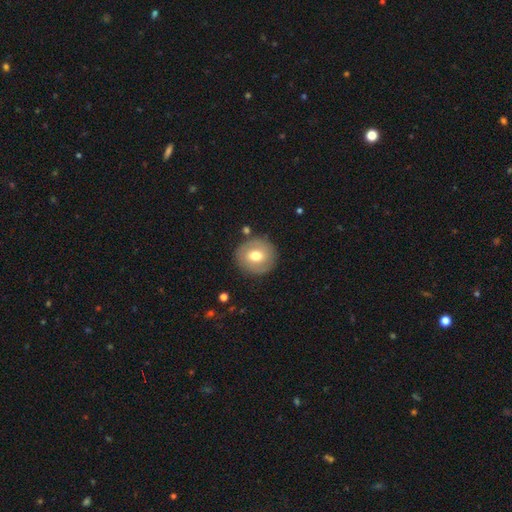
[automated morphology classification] type=smooth (62%); roundness=round (89%); merging=none (85%).